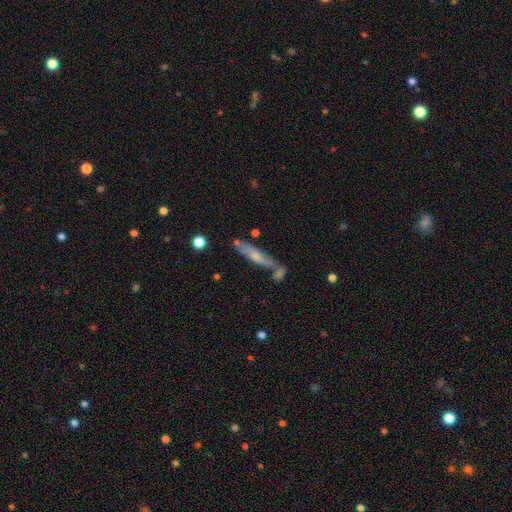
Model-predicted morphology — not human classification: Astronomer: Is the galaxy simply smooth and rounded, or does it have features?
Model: smooth — 51% (runner-up: featured or disk, 42%).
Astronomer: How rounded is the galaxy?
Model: cigar-shaped — 83%.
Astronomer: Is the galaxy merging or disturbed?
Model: none — 61%.